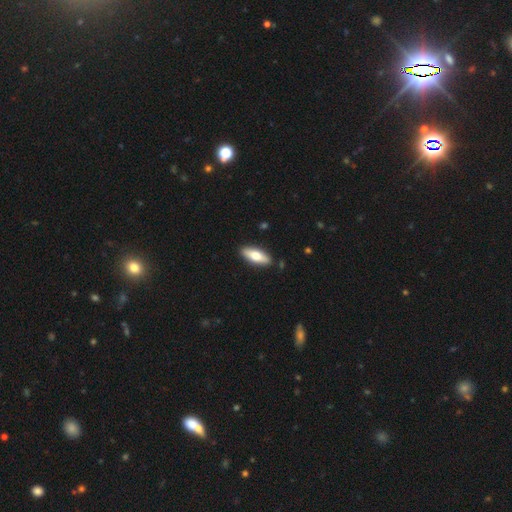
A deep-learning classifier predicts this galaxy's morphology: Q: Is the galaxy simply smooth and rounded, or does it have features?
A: smooth — 70%.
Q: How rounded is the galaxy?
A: in between — 68%.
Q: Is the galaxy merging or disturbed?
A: none — 89%.